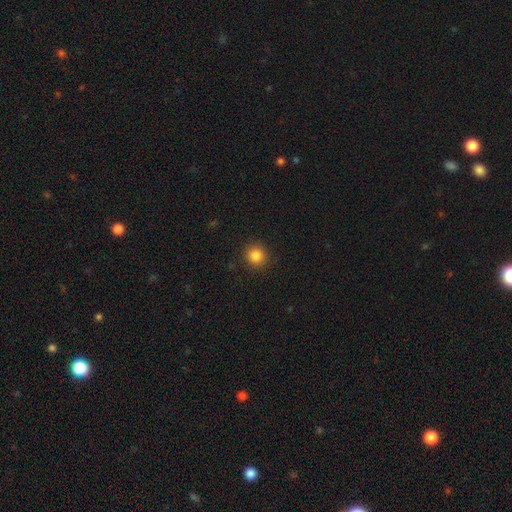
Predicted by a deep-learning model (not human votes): A smooth galaxy with no disk features (85%) that is round (92%).

Vote fractions:
- Smooth or featured? smooth: 85% / star or artifact: 11% / featured or disk: 4%
- How rounded? round: 92% / in between: 7% / cigar-shaped: 1%
- Merging? none: 91% / minor disturbance: 6% / major disturbance: 2% / merger: 1%